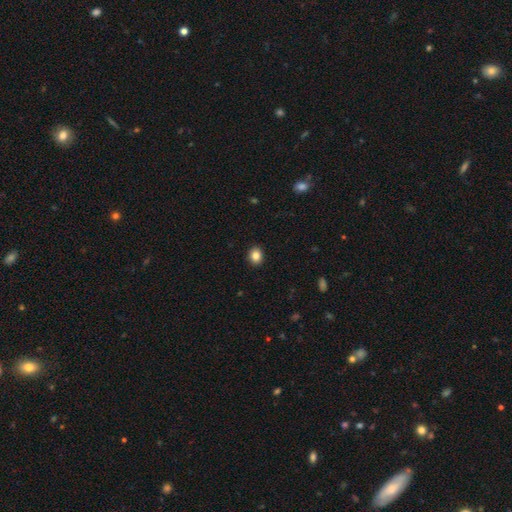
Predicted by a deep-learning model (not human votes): Overall: smooth (85%). How rounded: round (56%; in between 43%). Merging: none (91%).